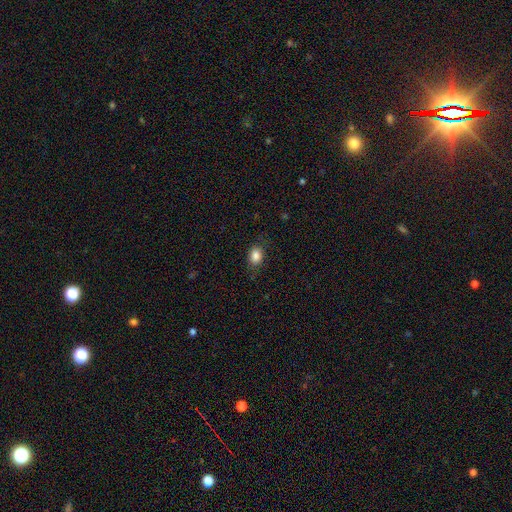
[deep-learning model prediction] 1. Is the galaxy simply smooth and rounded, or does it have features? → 85% smooth, 9% star or artifact, 6% featured or disk.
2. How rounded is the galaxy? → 68% in between, 31% round, 1% cigar-shaped.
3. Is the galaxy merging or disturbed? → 78% none, 16% minor disturbance, 5% major disturbance, 1% merger.